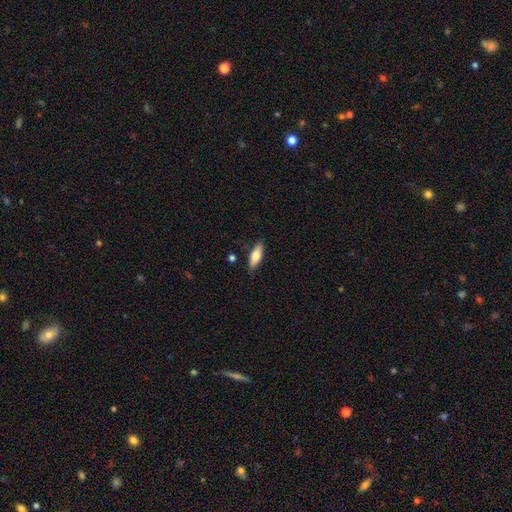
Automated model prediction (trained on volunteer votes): Smooth or featured? smooth (69%)
How rounded? in between (61%)
Merging? none (85%)